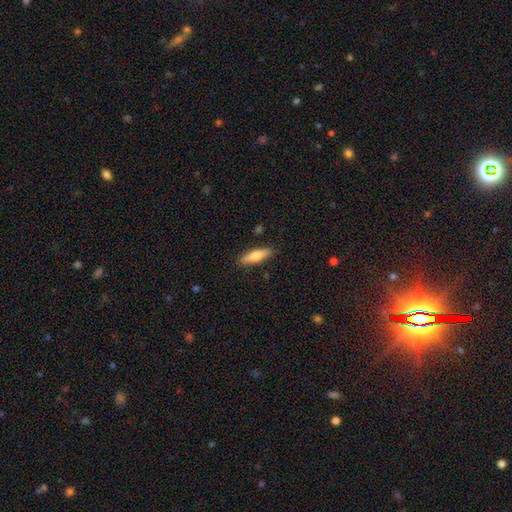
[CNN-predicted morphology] smooth 70%, featured or disk 24%, star or artifact 6%. Down the decision tree: how rounded — cigar-shaped (62%); merging — none (88%).